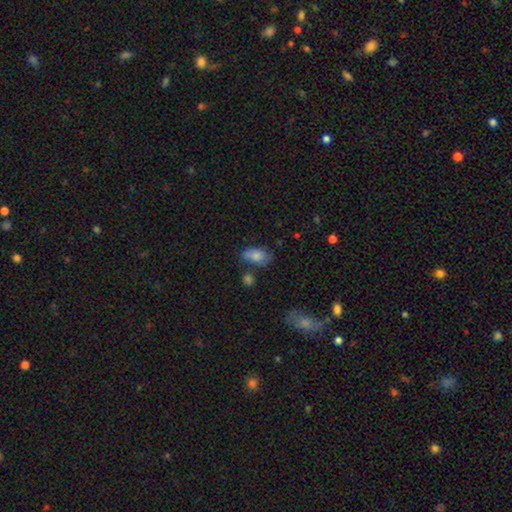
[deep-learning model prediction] Smooth or featured? Predicted: smooth (p=0.79). How rounded? Predicted: in between (p=0.91). Merging? Predicted: none (p=0.59).